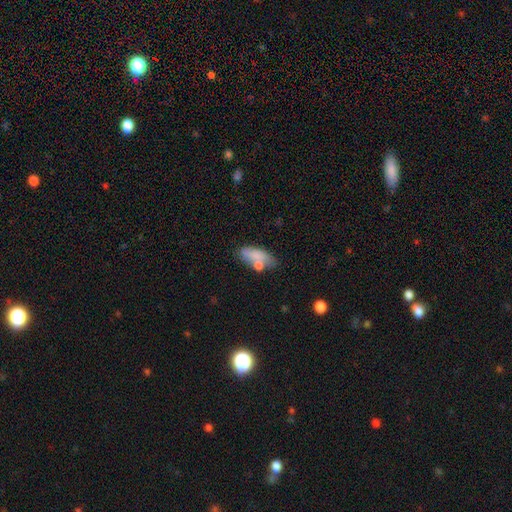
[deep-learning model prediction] This appears to be a smooth galaxy with no disk features (74%) that is in between round and cigar-shaped (80%). Merging: none (53%).